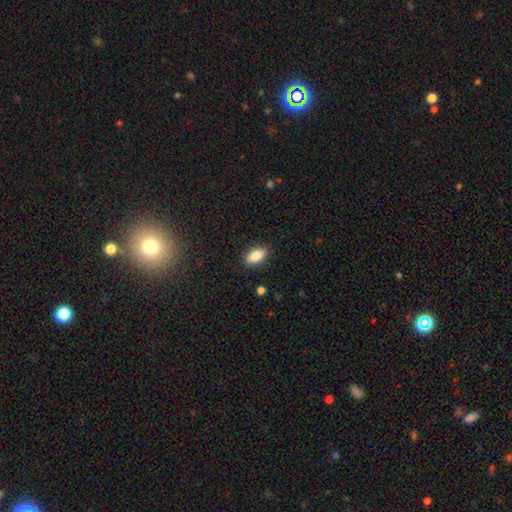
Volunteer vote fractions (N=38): Smooth or featured: smooth — 84% (featured or disk — 11%)
How rounded: in between — 91% (round — 6%)
Merging: none — 86% (minor disturbance — 8%)